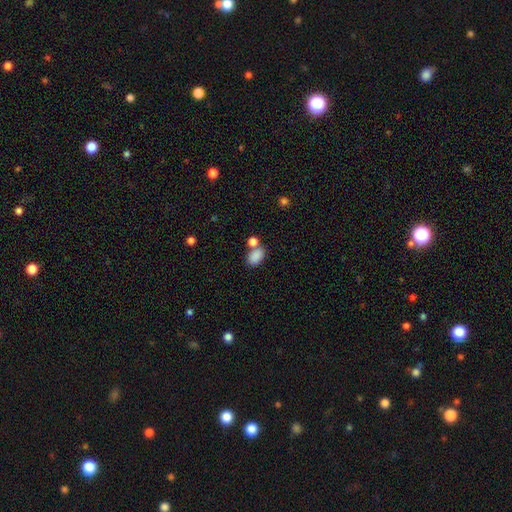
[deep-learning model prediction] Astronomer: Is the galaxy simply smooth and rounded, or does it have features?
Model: smooth — 85%.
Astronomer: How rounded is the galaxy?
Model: in between — 83%.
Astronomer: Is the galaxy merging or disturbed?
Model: none — 55%.